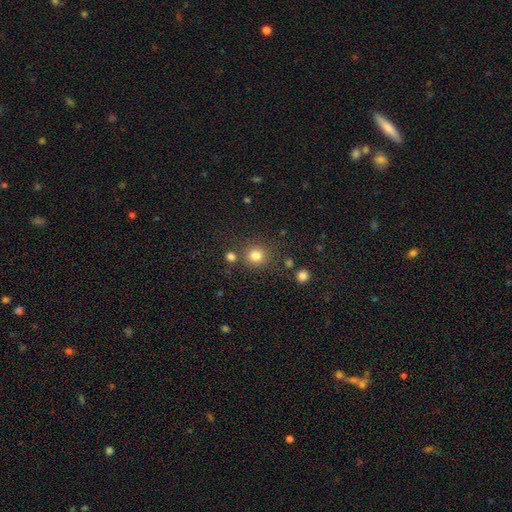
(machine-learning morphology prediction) type=smooth (81%); roundness=round (91%); merging=none (79%).